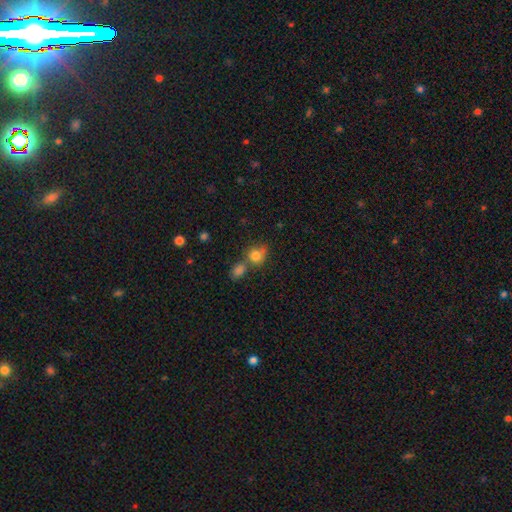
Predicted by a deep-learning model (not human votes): smooth 81%, star or artifact 11%, featured or disk 9%. Down the decision tree: how rounded — round (71%); merging — none (46%).